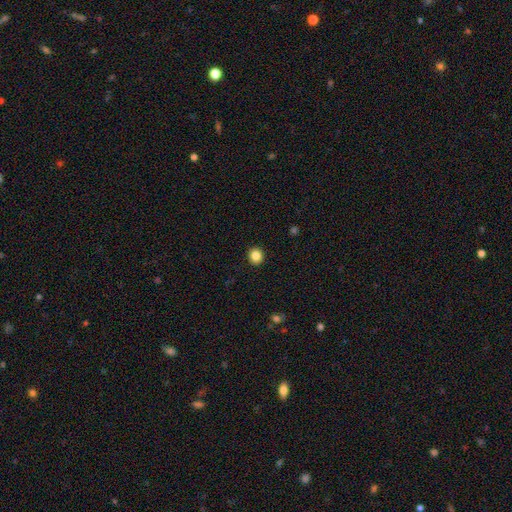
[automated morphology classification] A smooth galaxy with no disk features (85%) that is round (85%).

Vote fractions:
- Smooth or featured? smooth: 85% / star or artifact: 11% / featured or disk: 5%
- How rounded? round: 85% / in between: 14% / cigar-shaped: 1%
- Merging? none: 93% / minor disturbance: 5% / major disturbance: 2% / merger: 1%